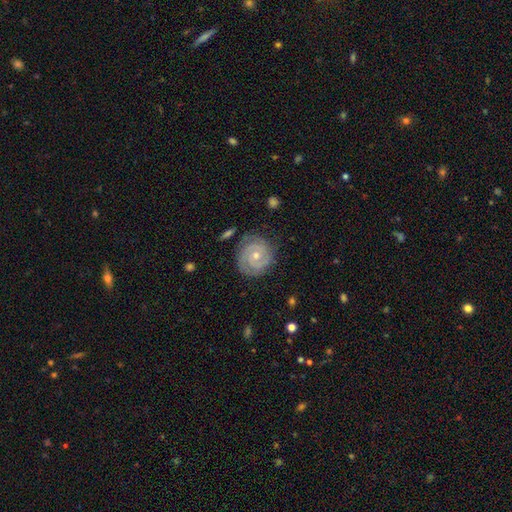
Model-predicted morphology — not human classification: Q: Smooth or featured?
A: featured or disk (85%); runner-up: smooth (10%)
Q: Edge-on disk?
A: no (98%); runner-up: yes (2%)
Q: Bar?
A: no (68%); runner-up: weak (27%)
Q: Spiral arms?
A: yes (96%); runner-up: no (4%)
Q: Spiral winding?
A: tight (75%); runner-up: medium (21%)
Q: Spiral arm count?
A: 2 (61%); runner-up: 3 (18%)
Q: Bulge size?
A: moderate (49%); runner-up: small (48%)
Q: Merging?
A: none (79%); runner-up: minor disturbance (15%)